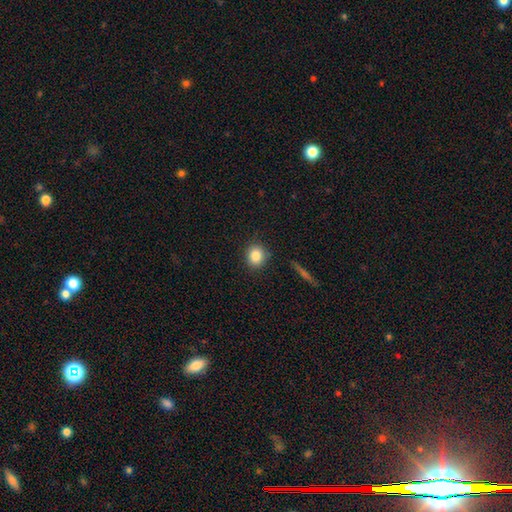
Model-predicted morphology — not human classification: Overall: smooth (84%). How rounded: round (81%). Merging: none (88%).